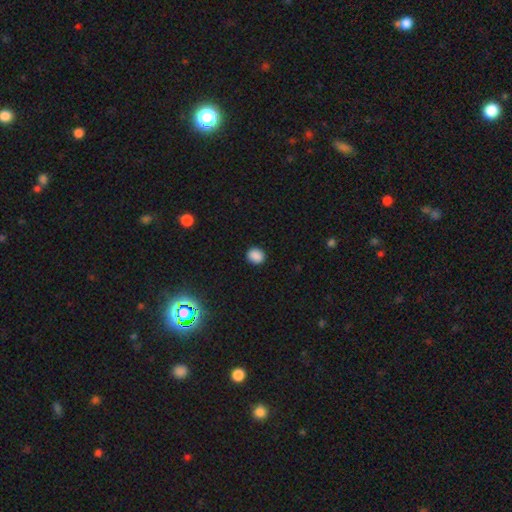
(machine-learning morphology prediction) smooth 87%, star or artifact 10%, featured or disk 3%. Down the decision tree: how rounded — round (71%); merging — none (90%).